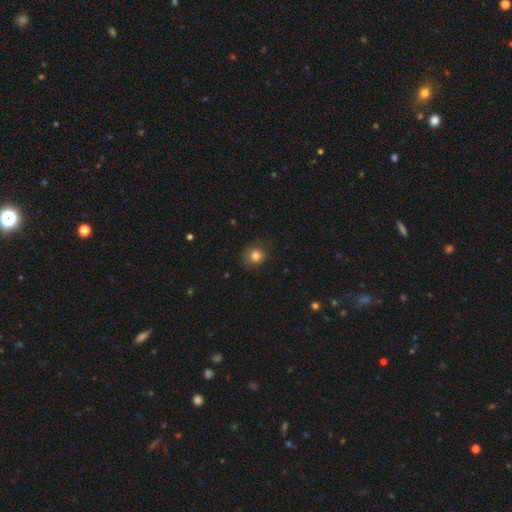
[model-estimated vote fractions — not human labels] Smooth or featured? Predicted: smooth (p=0.81). How rounded? Predicted: round (p=0.84). Merging? Predicted: none (p=0.80).